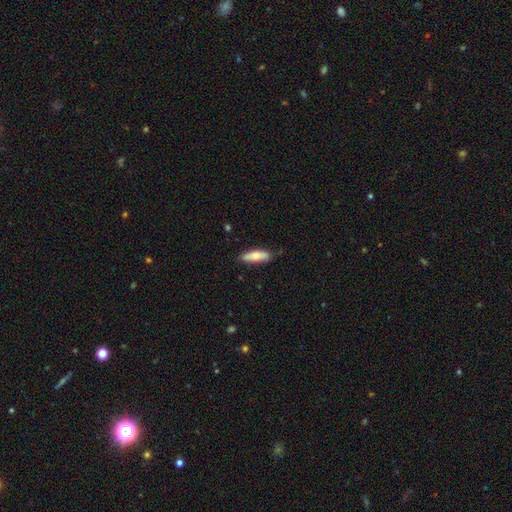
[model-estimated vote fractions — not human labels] Overall: smooth (68%). How rounded: in between (51%; cigar-shaped 47%). Merging: none (81%).